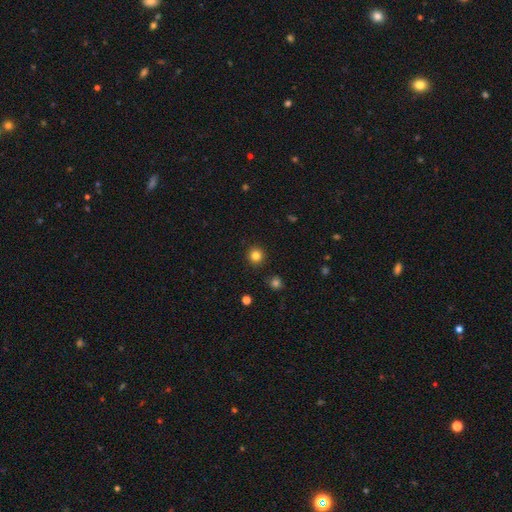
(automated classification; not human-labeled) Overall: smooth (83%). How rounded: round (95%). Merging: none (92%).